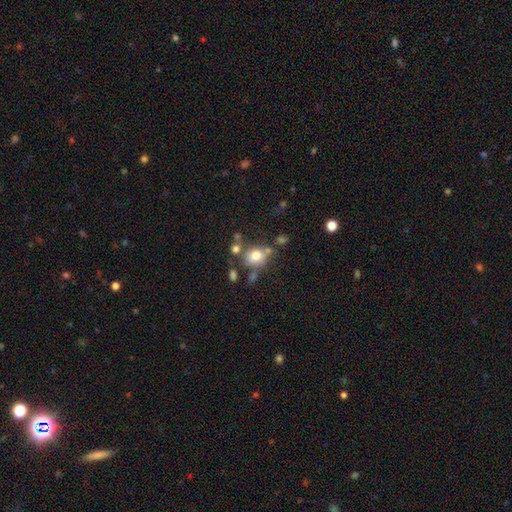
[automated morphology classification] The model was most divided on "how rounded": round: 58%, in between: 41%, cigar-shaped: 1%. More confident: smooth or featured — smooth (75%); merging — none (54%).